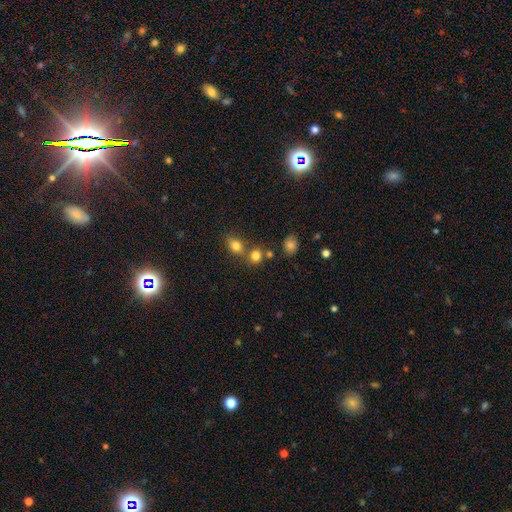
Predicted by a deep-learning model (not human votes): smooth 79%, star or artifact 14%, featured or disk 7%. Down the decision tree: how rounded — round (67%); merging — none (58%).